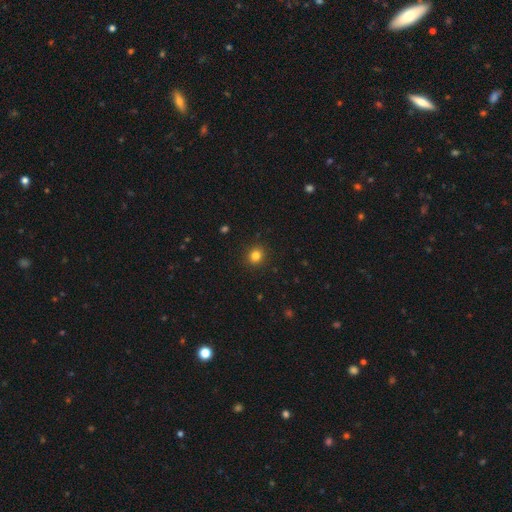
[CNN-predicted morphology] This appears to be a smooth galaxy with no disk features (83%) that is round (82%). Merging: none (91%).